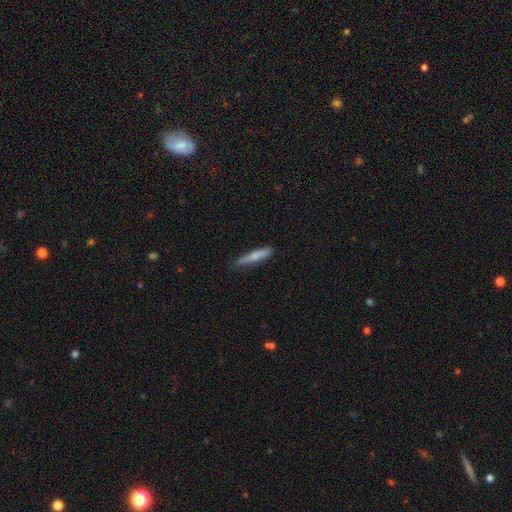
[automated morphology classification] A smooth galaxy with no disk features (75%) that is cigar-shaped (89%).

Vote fractions:
- Smooth or featured? smooth: 75% / featured or disk: 19% / star or artifact: 6%
- How rounded? cigar-shaped: 89% / in between: 10% / round: 1%
- Merging? none: 76% / minor disturbance: 20% / major disturbance: 3% / merger: 1%